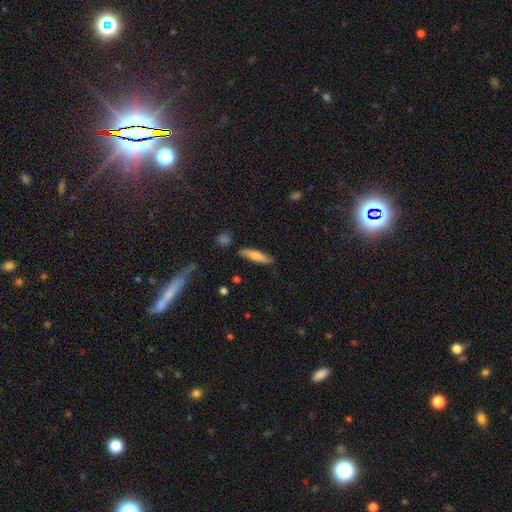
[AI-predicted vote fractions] Q: Smooth or featured?
A: smooth (72%); runner-up: featured or disk (22%)
Q: How rounded?
A: cigar-shaped (79%); runner-up: in between (19%)
Q: Merging?
A: none (85%); runner-up: minor disturbance (11%)